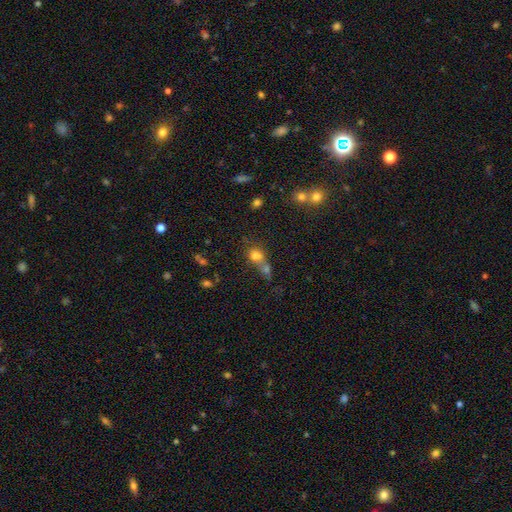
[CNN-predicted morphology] type=smooth (69%); roundness=round (61%); merging=merger (63%).